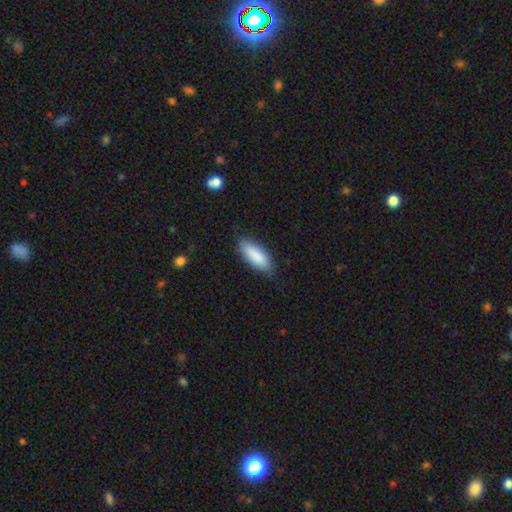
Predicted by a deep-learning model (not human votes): smooth_or_featured: smooth (p=0.88) [alt: featured or disk p=0.07]
how_rounded: in between (p=0.71) [alt: cigar-shaped p=0.28]
merging: none (p=0.80) [alt: minor disturbance p=0.16]